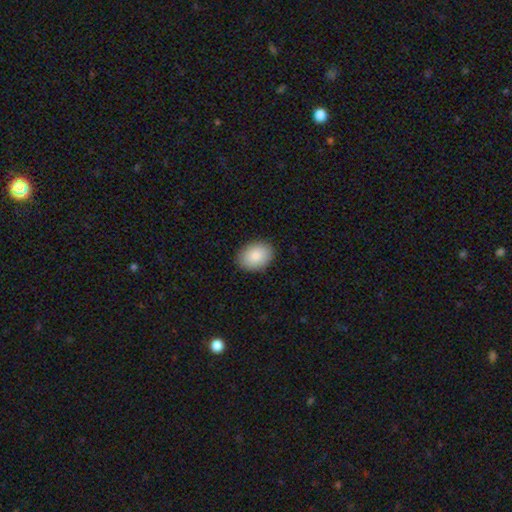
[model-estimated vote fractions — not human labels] smooth-or-featured: smooth: 88% | star or artifact: 6% | featured or disk: 6%
  how-rounded: in between: 73% | round: 26% | cigar-shaped: 1%
  merging: none: 88% | minor disturbance: 9% | major disturbance: 2% | merger: 1%